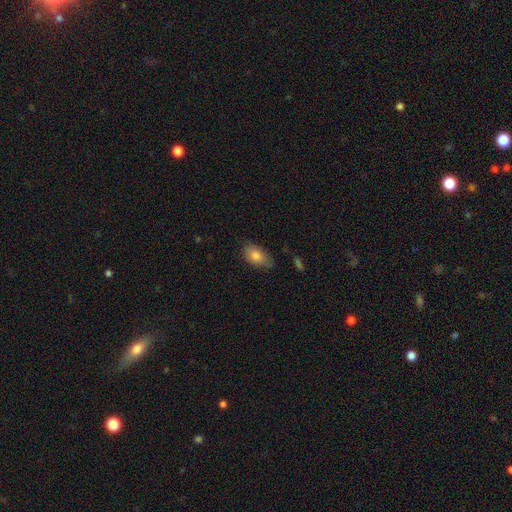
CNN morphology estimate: Smooth or featured? Predicted: smooth (p=0.82). How rounded? Predicted: in between (p=0.91). Merging? Predicted: none (p=0.73).